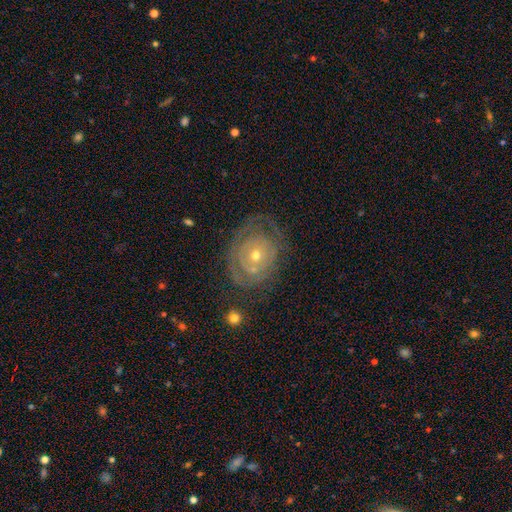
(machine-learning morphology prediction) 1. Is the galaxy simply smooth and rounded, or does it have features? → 72% featured or disk, 21% smooth, 7% star or artifact.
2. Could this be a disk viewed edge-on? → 96% no, 4% yes.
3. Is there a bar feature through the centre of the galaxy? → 86% no, 11% weak, 3% strong.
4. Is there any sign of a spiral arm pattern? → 64% yes, 36% no.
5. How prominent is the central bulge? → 55% small, 41% moderate, 2% large, 1% none, 1% dominant.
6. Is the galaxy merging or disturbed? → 61% none, 22% minor disturbance, 15% major disturbance, 3% merger.